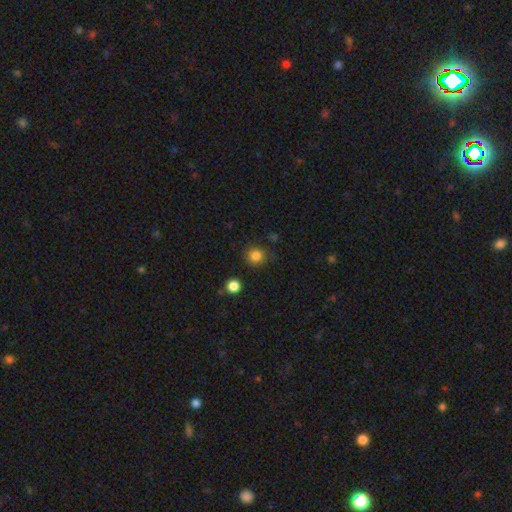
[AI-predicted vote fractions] Smooth or featured? smooth (84%)
How rounded? round (91%)
Merging? none (84%)